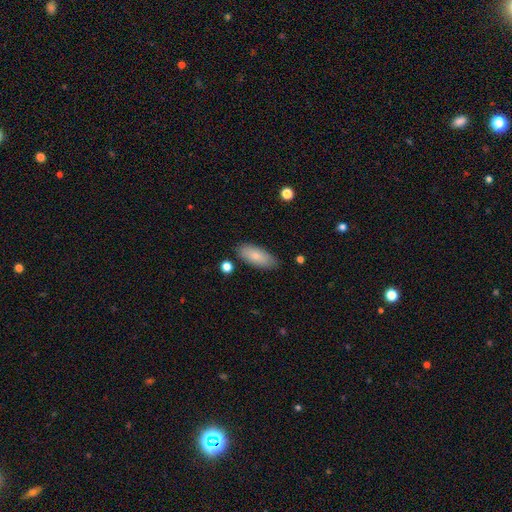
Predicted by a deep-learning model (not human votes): A smooth galaxy with no disk features (80%) that is in between round and cigar-shaped (81%). Merging: none (83%).